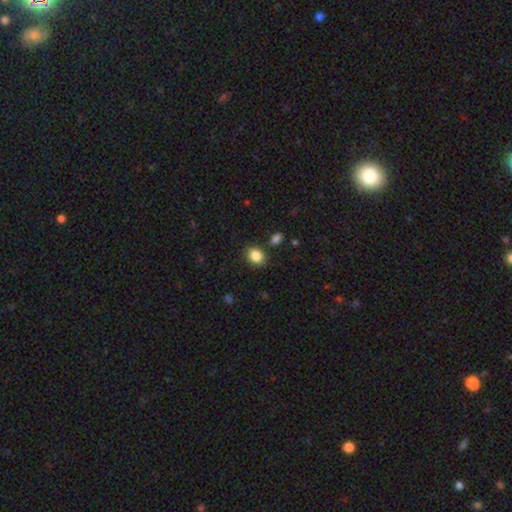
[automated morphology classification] smooth 86%, star or artifact 9%, featured or disk 5%. Down the decision tree: how rounded — round (54%); merging — none (83%).